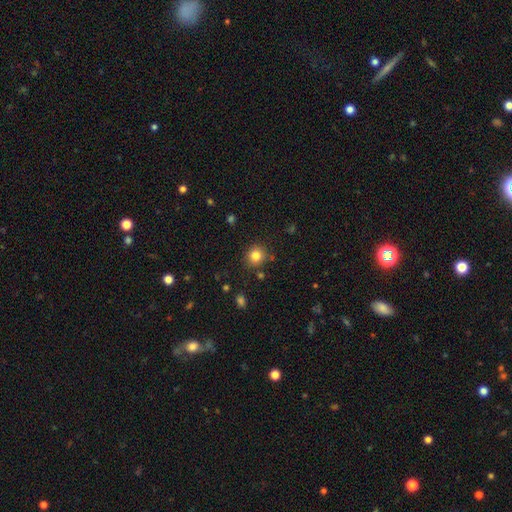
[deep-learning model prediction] Q: Smooth or featured?
A: smooth (82%); runner-up: star or artifact (12%)
Q: How rounded?
A: round (87%); runner-up: in between (12%)
Q: Merging?
A: none (85%); runner-up: minor disturbance (9%)